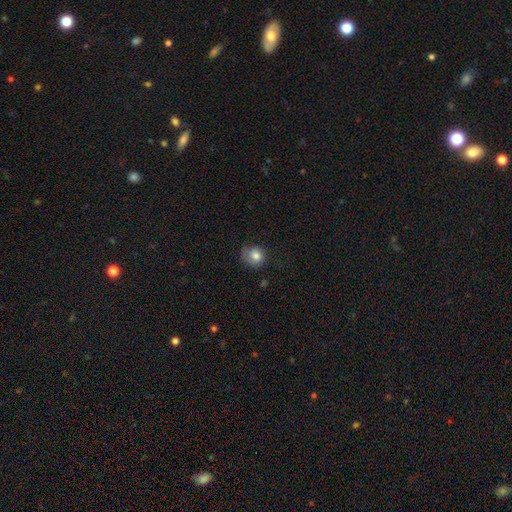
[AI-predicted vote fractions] This is likely a smooth galaxy (77%). How rounded: likely round (72%). Merging: possibly none (55%).